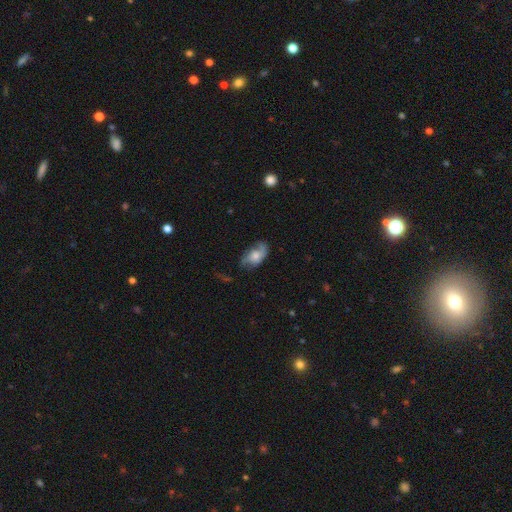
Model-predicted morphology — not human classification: A smooth galaxy with no disk features (49%). Merging: none (54%).